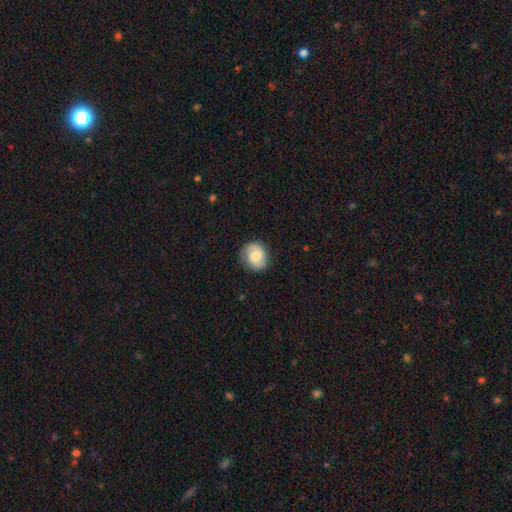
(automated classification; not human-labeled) Smooth or featured? Predicted: smooth (p=0.63). How rounded? Predicted: round (p=0.64). Merging? Predicted: none (p=0.81).